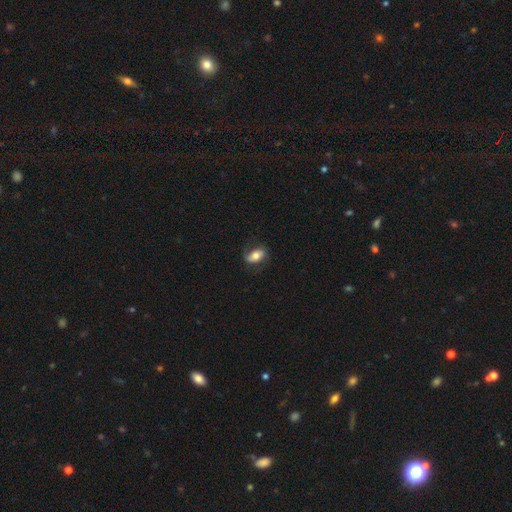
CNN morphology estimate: smooth_or_featured: smooth (p=0.69) [alt: featured or disk p=0.23]
how_rounded: in between (p=0.89) [alt: round p=0.08]
merging: none (p=0.73) [alt: minor disturbance p=0.19]